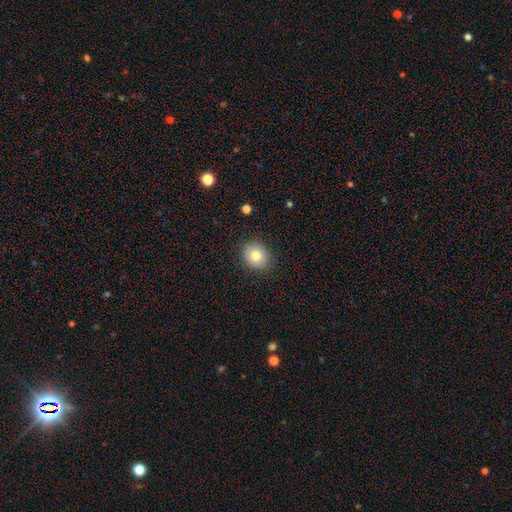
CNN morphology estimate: A smooth galaxy with no disk features (80%) that is round (69%). Merging: none (87%).